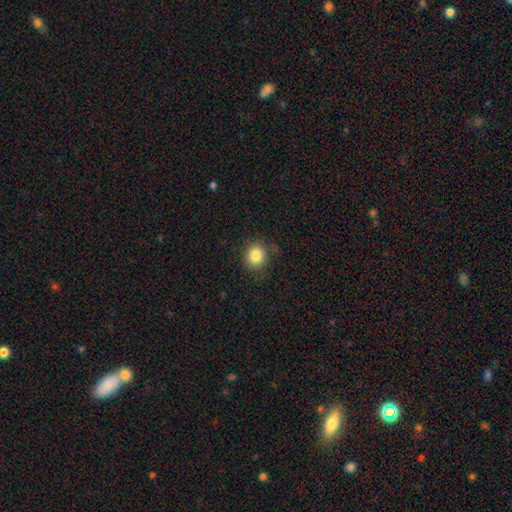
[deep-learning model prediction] smooth_or_featured: smooth (p=0.83) [alt: star or artifact p=0.11]
how_rounded: round (p=0.80) [alt: in between p=0.19]
merging: none (p=0.83) [alt: minor disturbance p=0.12]